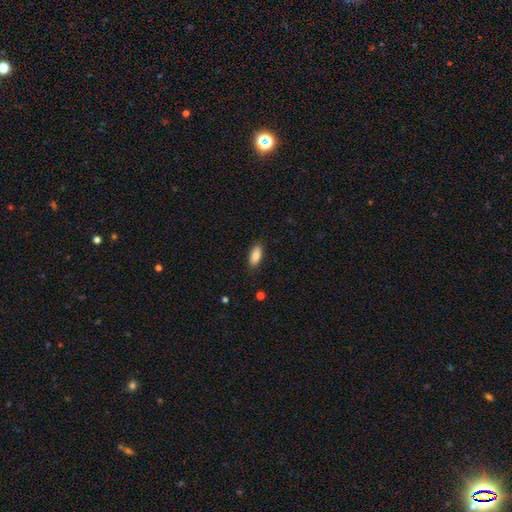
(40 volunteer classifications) Smooth or featured? 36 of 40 (90%) said smooth. How rounded? 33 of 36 (92%) said in between. Merging? 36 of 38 (95%) said none.